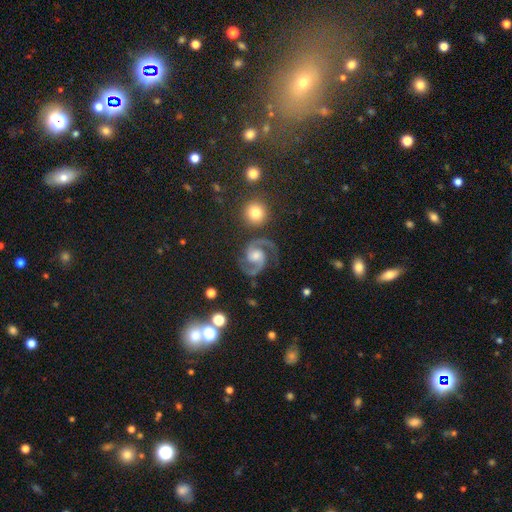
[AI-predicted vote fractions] This is clearly a featured or disk galaxy (91%). It is clearly not viewed edge-on (98%). Bar: possibly no (54%). Spiral arm pattern: clearly yes (98%). Spiral arm count: clearly 2 (94%). Spiral winding: likely medium (66%). Central bulge: possibly moderate (52%). Merging: likely none (79%).